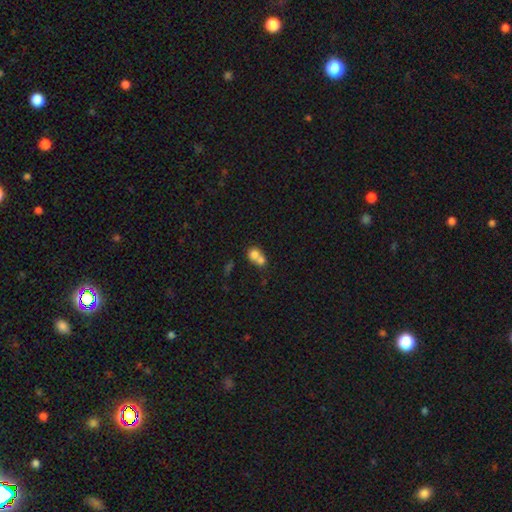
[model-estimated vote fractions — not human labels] A smooth galaxy with no disk features (72%) that is round (70%). Merging: merger (68%).